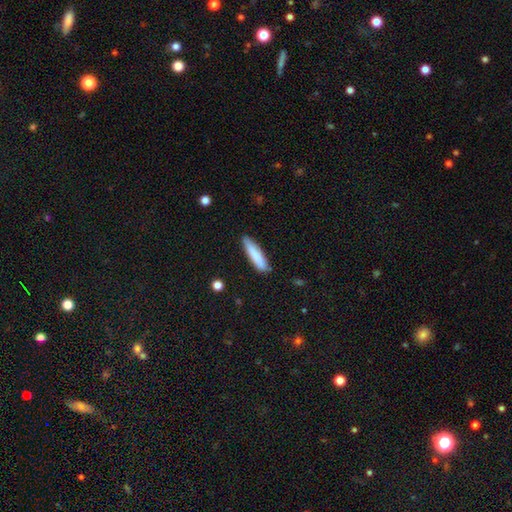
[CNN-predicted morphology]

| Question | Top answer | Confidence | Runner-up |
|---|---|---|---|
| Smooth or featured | smooth | 82% | featured or disk (12%) |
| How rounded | cigar-shaped | 81% | in between (18%) |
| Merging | none | 83% | minor disturbance (13%) |